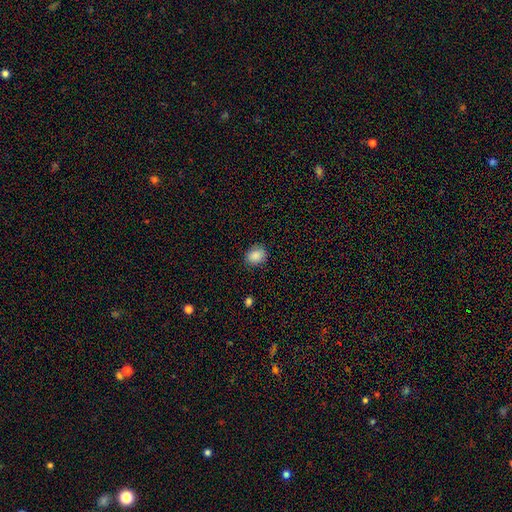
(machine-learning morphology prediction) This appears to be a smooth galaxy with no disk features (88%) that is round (57%). Merging: none (85%).